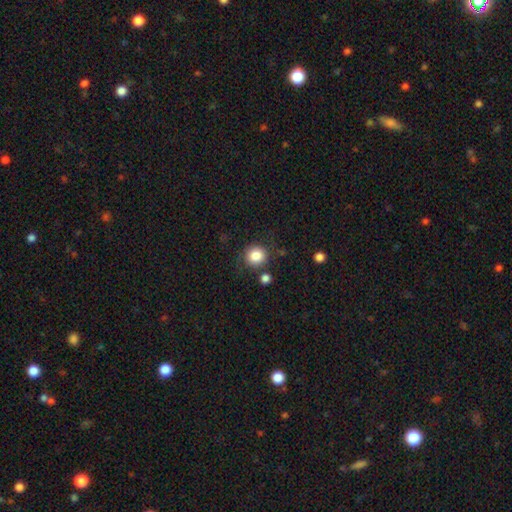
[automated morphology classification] A smooth galaxy with no disk features (84%) that is round (91%). Merging: none (78%).